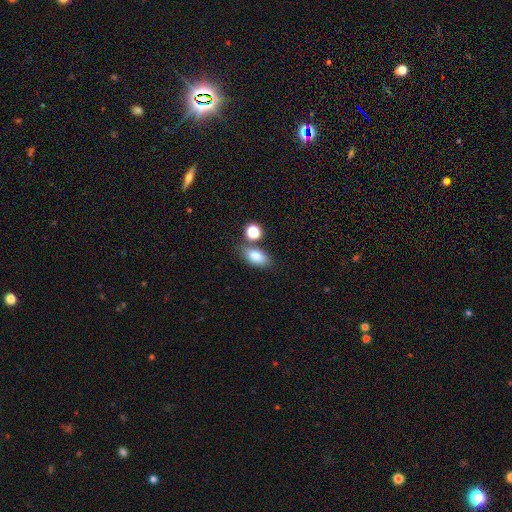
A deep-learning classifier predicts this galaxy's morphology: Overall: smooth (81%). How rounded: in between (84%). Merging: none (68%).